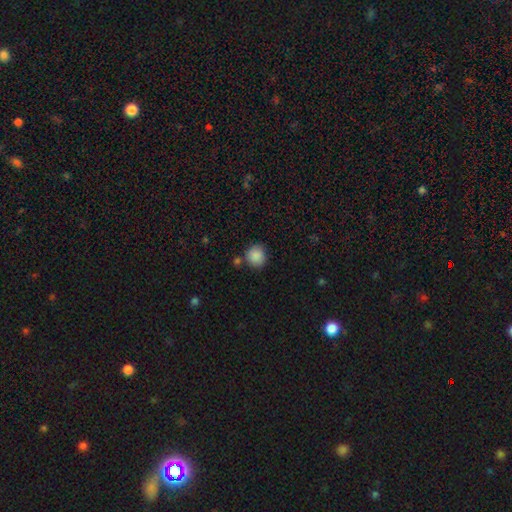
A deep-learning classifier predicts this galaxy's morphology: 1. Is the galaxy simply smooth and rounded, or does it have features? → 88% smooth, 8% star or artifact, 4% featured or disk.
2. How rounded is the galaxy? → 88% round, 11% in between, 1% cigar-shaped.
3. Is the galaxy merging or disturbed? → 77% none, 12% minor disturbance, 8% merger, 3% major disturbance.